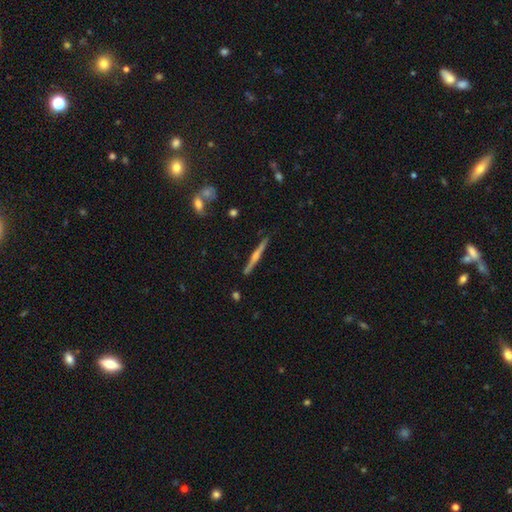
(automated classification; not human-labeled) Overall: featured or disk (69%). Edge-on disk: yes (97%). Edge-on bulge: rounded (75%). Merging: none (87%).